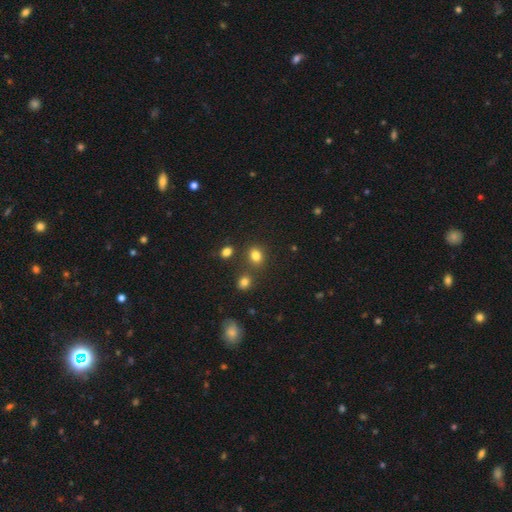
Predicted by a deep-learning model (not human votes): Q: Smooth or featured?
A: smooth (80%); runner-up: star or artifact (14%)
Q: How rounded?
A: in between (50%); runner-up: round (48%)
Q: Merging?
A: none (73%); runner-up: merger (12%)